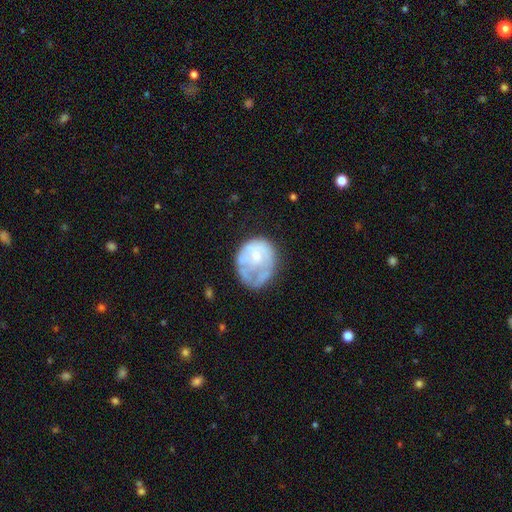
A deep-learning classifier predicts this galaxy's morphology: type=featured or disk (51%); edge-on=no (98%); bar=no (84%); spiral arms=no (70%); bulge=small (47%); merging=none (40%).